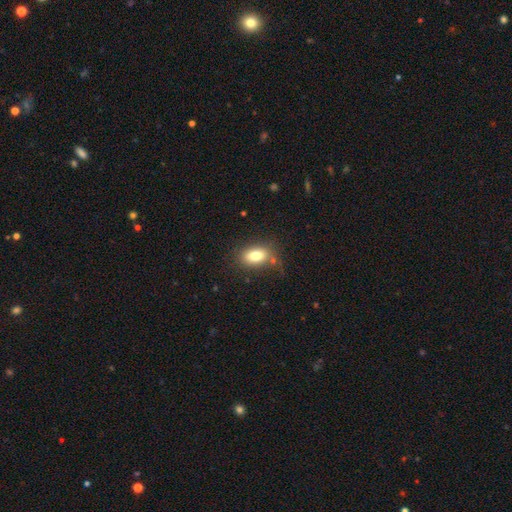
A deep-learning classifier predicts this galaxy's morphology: Smooth or featured? smooth (78%)
How rounded? in between (85%)
Merging? none (77%)